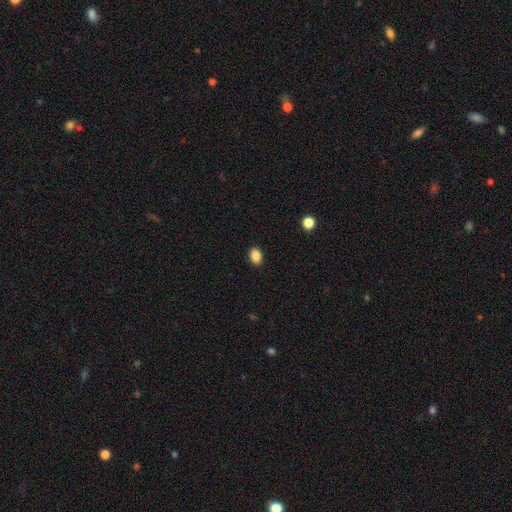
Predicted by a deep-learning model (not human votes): Q: Smooth or featured?
A: smooth (88%); runner-up: star or artifact (9%)
Q: How rounded?
A: in between (74%); runner-up: round (25%)
Q: Merging?
A: none (90%); runner-up: minor disturbance (7%)